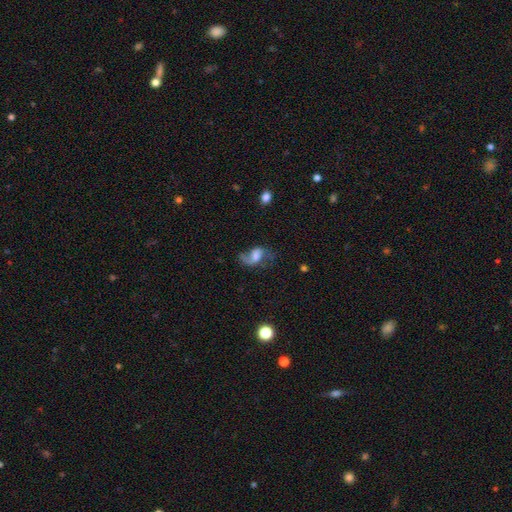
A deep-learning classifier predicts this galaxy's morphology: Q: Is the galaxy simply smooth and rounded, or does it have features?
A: featured or disk — 57%.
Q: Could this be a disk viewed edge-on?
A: no — 97%.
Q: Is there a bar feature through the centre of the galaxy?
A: no — 50%.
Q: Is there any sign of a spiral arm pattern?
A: yes — 85%.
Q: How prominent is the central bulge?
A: moderate — 29%.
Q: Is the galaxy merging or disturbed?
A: none — 39%.